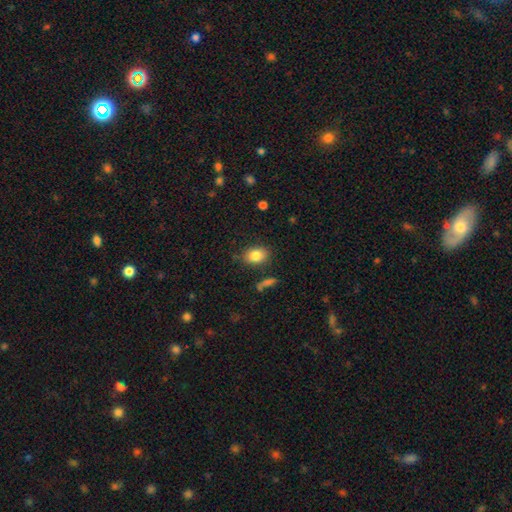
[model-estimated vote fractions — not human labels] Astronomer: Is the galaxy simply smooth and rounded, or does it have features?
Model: smooth — 84%.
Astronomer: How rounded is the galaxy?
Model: in between — 71%.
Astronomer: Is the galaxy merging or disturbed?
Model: none — 80%.